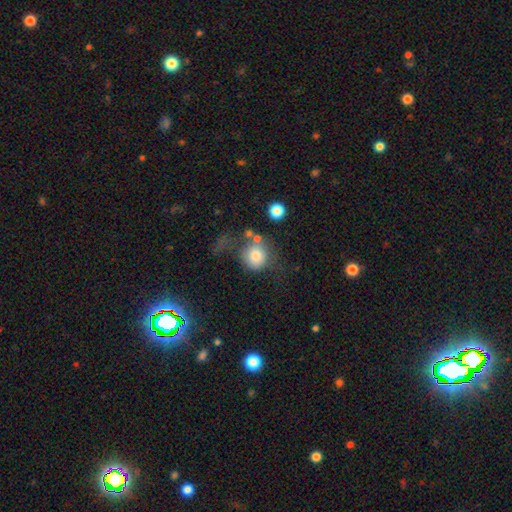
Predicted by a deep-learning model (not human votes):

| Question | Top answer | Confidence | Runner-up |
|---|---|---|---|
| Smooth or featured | smooth | 76% | featured or disk (14%) |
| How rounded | round | 88% | in between (11%) |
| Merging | none | 47% | major disturbance (20%) |